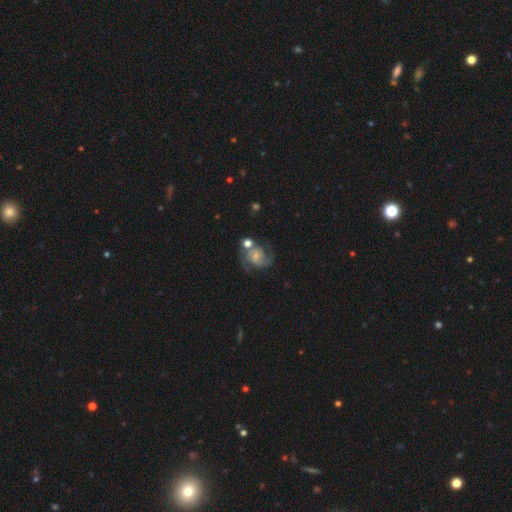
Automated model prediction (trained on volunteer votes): smooth_or_featured: featured or disk (p=0.75) [alt: smooth p=0.16]
disk_edge_on: no (p=0.98) [alt: yes p=0.02]
bar: no (p=0.54) [alt: weak p=0.39]
has_spiral_arms: yes (p=0.94) [alt: no p=0.06]
spiral_winding: medium (p=0.52) [alt: tight p=0.25]
spiral_arm_count: 2 (p=0.81) [alt: can't tell p=0.08]
bulge_size: small (p=0.55) [alt: moderate p=0.30]
merging: none (p=0.53) [alt: minor disturbance p=0.18]